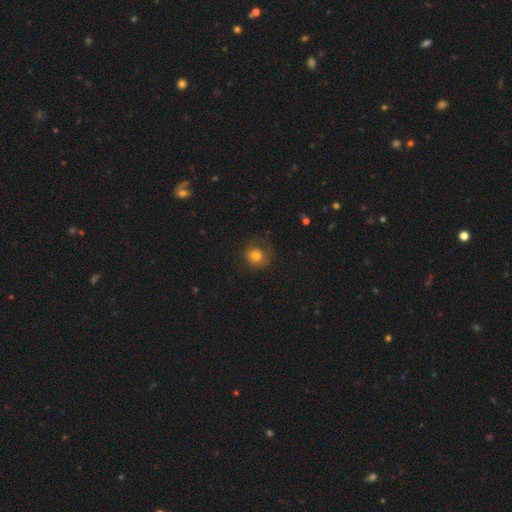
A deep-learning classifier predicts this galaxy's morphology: smooth 77%, featured or disk 12%, star or artifact 11%. Down the decision tree: how rounded — round (83%); merging — none (64%).